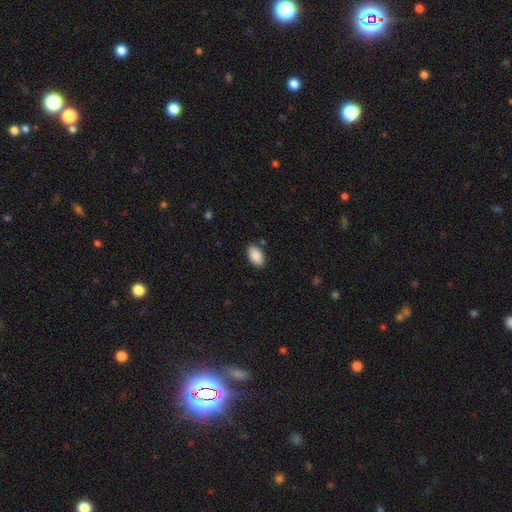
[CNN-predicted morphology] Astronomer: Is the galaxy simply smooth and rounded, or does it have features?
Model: smooth — 89%.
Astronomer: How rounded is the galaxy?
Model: in between — 94%.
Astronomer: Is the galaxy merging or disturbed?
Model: none — 86%.